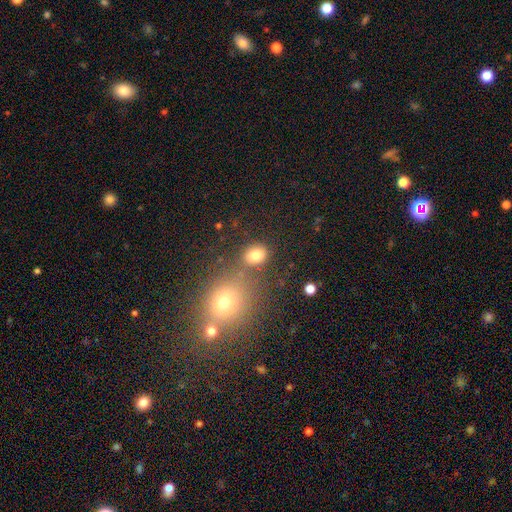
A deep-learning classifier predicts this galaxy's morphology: Smooth or featured? Predicted: smooth (p=0.80). How rounded? Predicted: in between (p=0.51). Merging? Predicted: none (p=0.71).